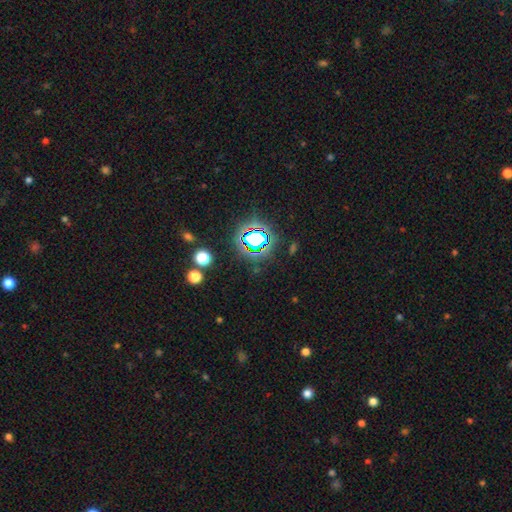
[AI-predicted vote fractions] Smooth or featured? star or artifact (77%)